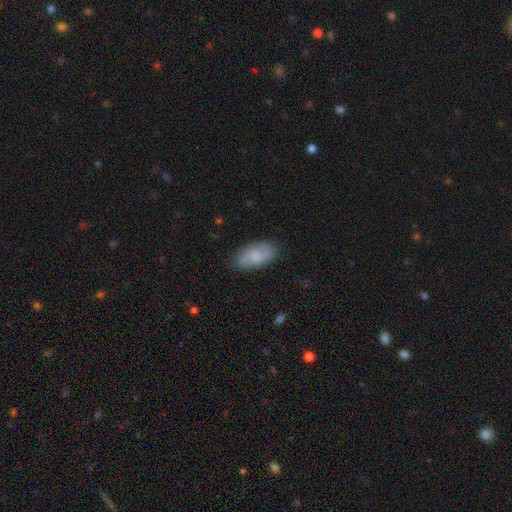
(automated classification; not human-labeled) This is likely a smooth galaxy (68%). How rounded: clearly in between (93%). Merging: likely none (78%).